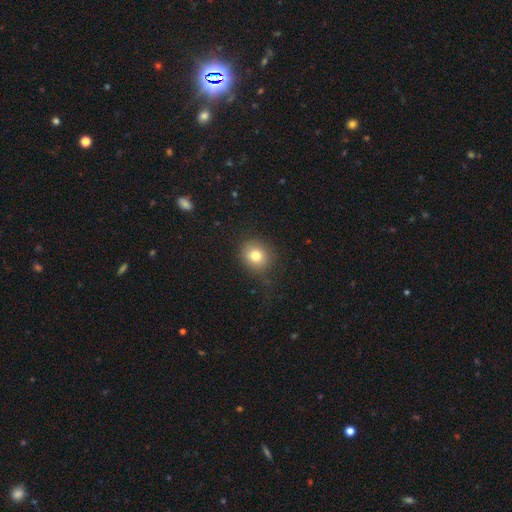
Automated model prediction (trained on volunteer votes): Overall: smooth (78%). How rounded: round (80%). Merging: none (81%).